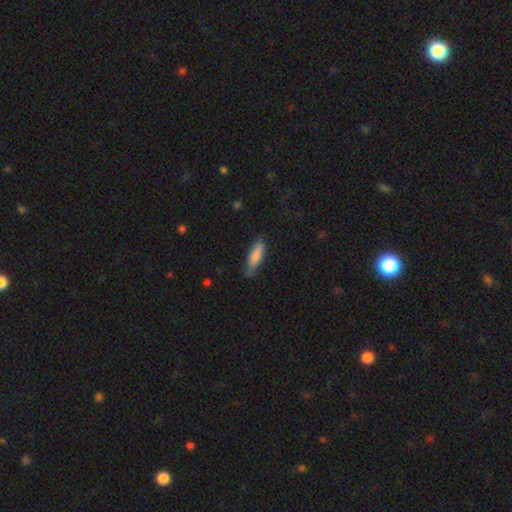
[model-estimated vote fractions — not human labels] Morphology: type=smooth (82%); roundness=cigar-shaped (57%); merging=none (72%).